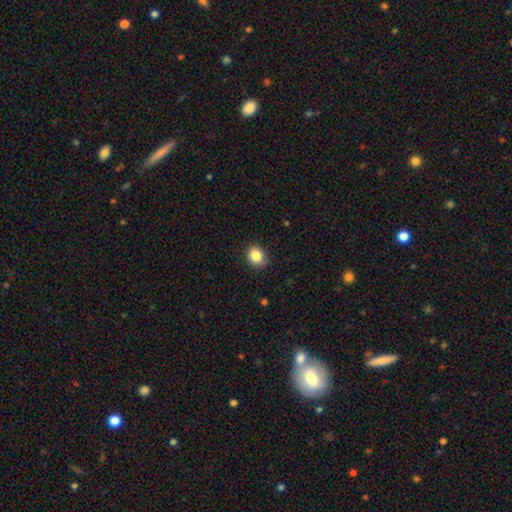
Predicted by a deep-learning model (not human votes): Morphology: type=smooth (84%); roundness=round (67%); merging=none (80%).